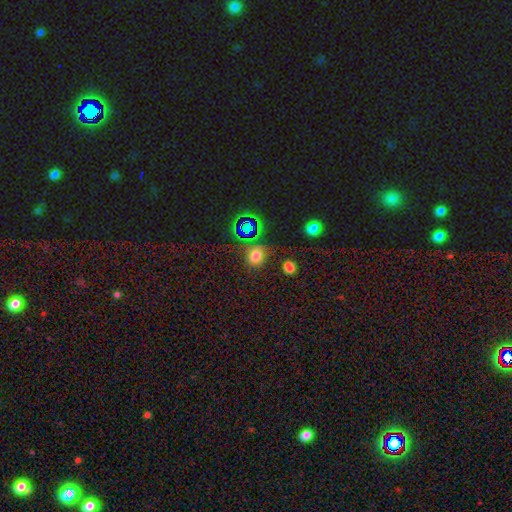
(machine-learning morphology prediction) A smooth galaxy with no disk features (68%) that is round (73%).

Vote fractions:
- Smooth or featured? smooth: 68% / star or artifact: 25% / featured or disk: 7%
- How rounded? round: 73% / in between: 26% / cigar-shaped: 1%
- Merging? none: 76% / minor disturbance: 13% / major disturbance: 5% / merger: 5%